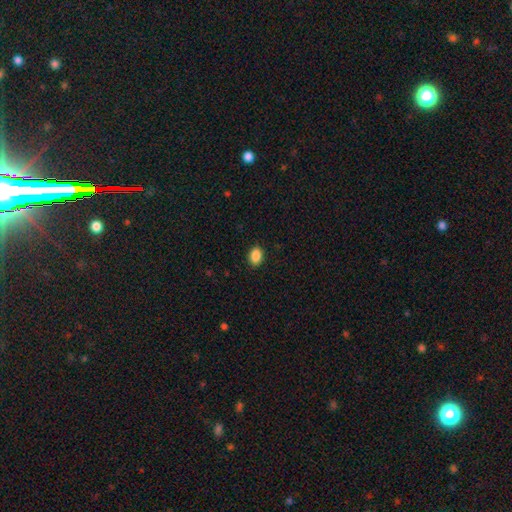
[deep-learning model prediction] Overall: smooth (89%). How rounded: in between (75%). Merging: none (90%).